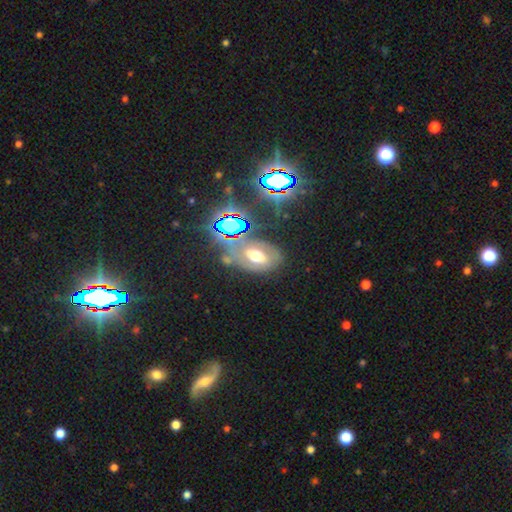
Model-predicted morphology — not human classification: Q: Smooth or featured?
A: smooth (38%); runner-up: featured or disk (35%)
Q: Merging?
A: none (60%); runner-up: minor disturbance (20%)